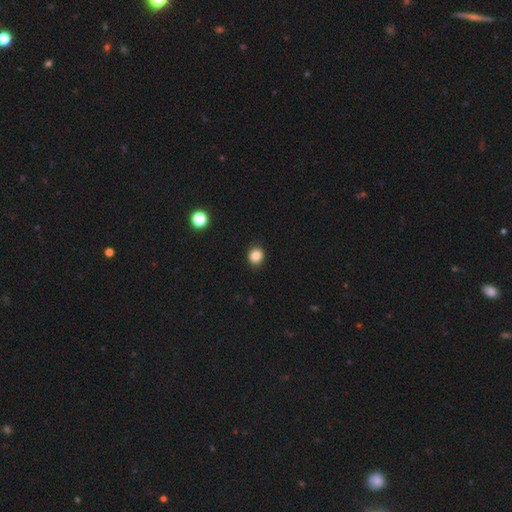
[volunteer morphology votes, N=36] Volunteers were most divided on "how rounded": round: 81%, in between: 19%, cigar-shaped: 0%. More confident: merging — none (91%); smooth or featured — smooth (86%).